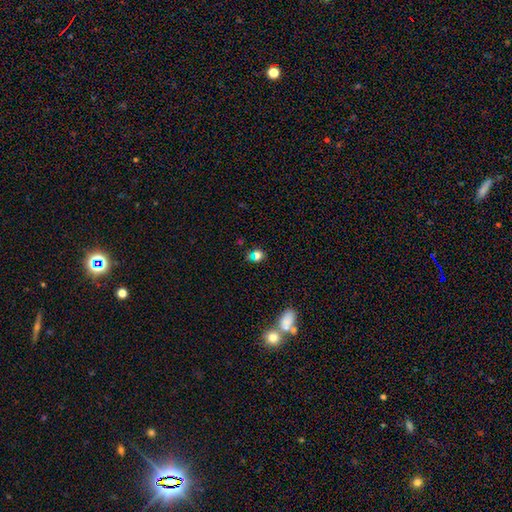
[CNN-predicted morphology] smooth 63%, star or artifact 28%, featured or disk 9%. Down the decision tree: how rounded — round (72%); merging — none (69%).